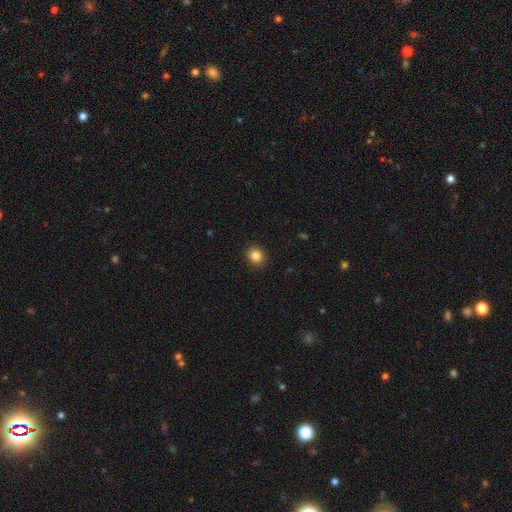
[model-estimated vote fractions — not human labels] A smooth galaxy with no disk features (85%) that is round (84%). Merging: none (91%).